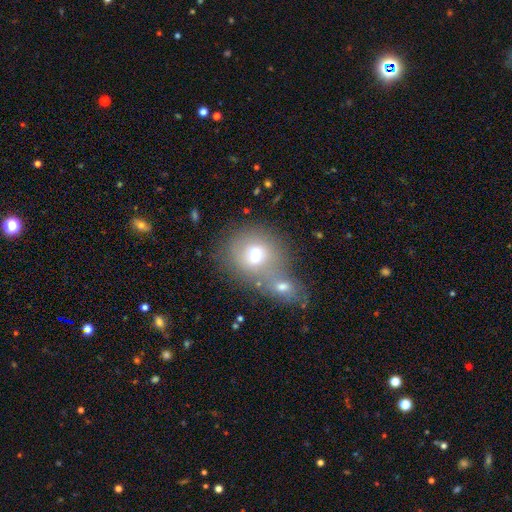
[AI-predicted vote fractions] Smooth or featured: smooth — 67% (featured or disk — 21%)
How rounded: round — 69% (in between — 30%)
Merging: merger — 56% (none — 30%)